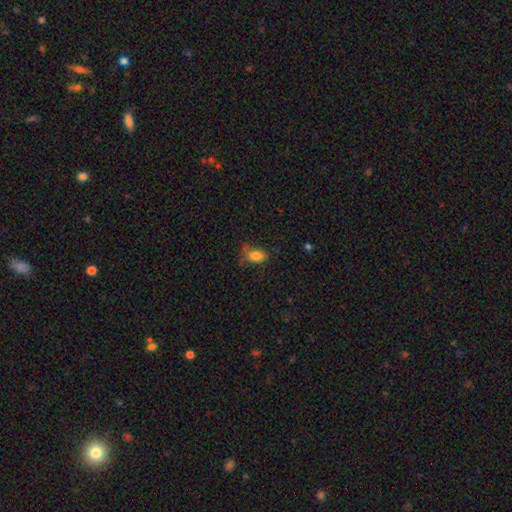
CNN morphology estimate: The model was most divided on "merging": none: 55%, minor disturbance: 29%, major disturbance: 12%, merger: 3%. More confident: how rounded — in between (84%); smooth or featured — smooth (82%).